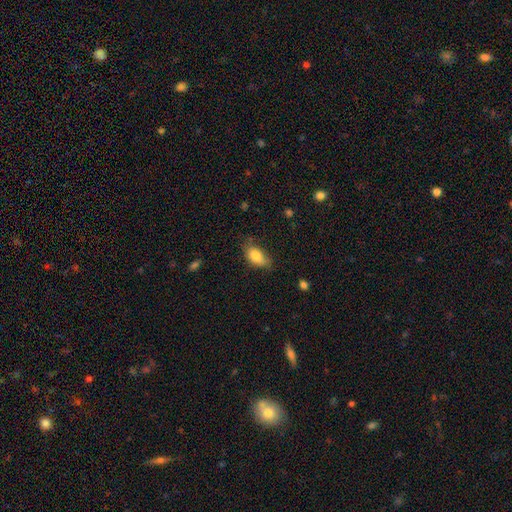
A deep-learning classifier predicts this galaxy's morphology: A smooth galaxy with no disk features (81%) that is in between round and cigar-shaped (89%).

Vote fractions:
- Smooth or featured? smooth: 81% / featured or disk: 11% / star or artifact: 8%
- How rounded? in between: 89% / round: 6% / cigar-shaped: 5%
- Merging? none: 62% / minor disturbance: 30% / major disturbance: 6% / merger: 2%